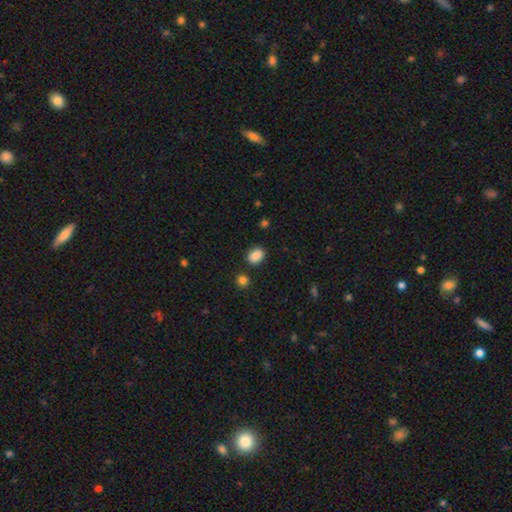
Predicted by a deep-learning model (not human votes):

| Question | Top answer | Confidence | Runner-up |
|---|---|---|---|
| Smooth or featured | smooth | 88% | star or artifact (9%) |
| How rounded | in between | 68% | round (31%) |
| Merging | none | 84% | minor disturbance (10%) |